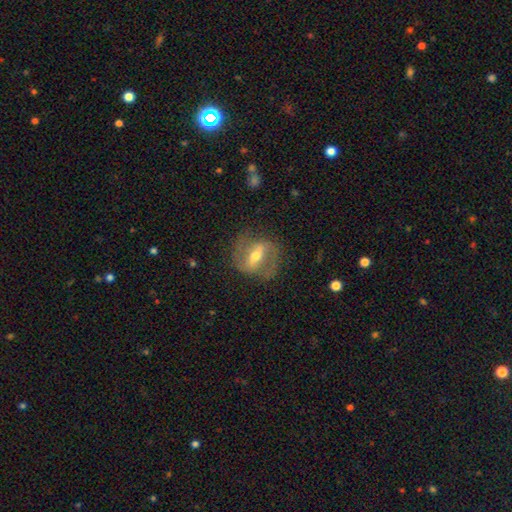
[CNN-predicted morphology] smooth-or-featured: featured or disk: 71% | smooth: 22% | star or artifact: 7%
  disk-edge-on: no: 88% | yes: 12%
    bar: strong: 59% | weak: 30% | no: 12%
    has-spiral-arms: yes: 66% | no: 34%
    bulge-size: moderate: 64% | small: 27% | large: 6% | none: 1% | dominant: 1%
  merging: none: 70% | minor disturbance: 17% | major disturbance: 11% | merger: 2%